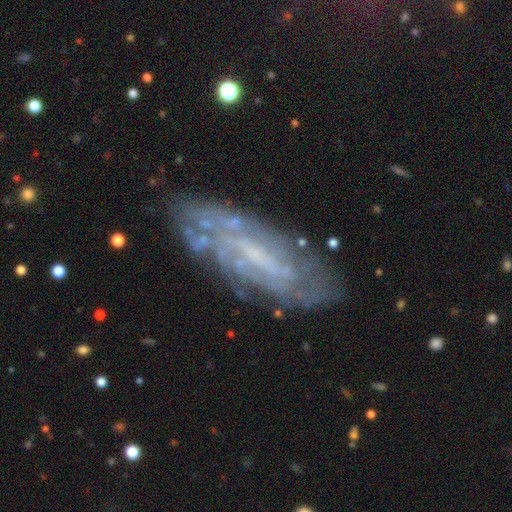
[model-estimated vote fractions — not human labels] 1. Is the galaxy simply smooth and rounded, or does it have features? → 74% featured or disk, 17% smooth, 10% star or artifact.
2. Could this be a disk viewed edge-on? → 82% no, 18% yes.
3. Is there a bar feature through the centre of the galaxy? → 43% weak, 30% no, 27% strong.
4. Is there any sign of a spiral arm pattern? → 79% yes, 21% no.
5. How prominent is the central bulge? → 42% none, 37% small, 17% moderate, 2% large, 1% dominant.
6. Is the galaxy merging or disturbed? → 74% none, 17% minor disturbance, 6% major disturbance, 2% merger.